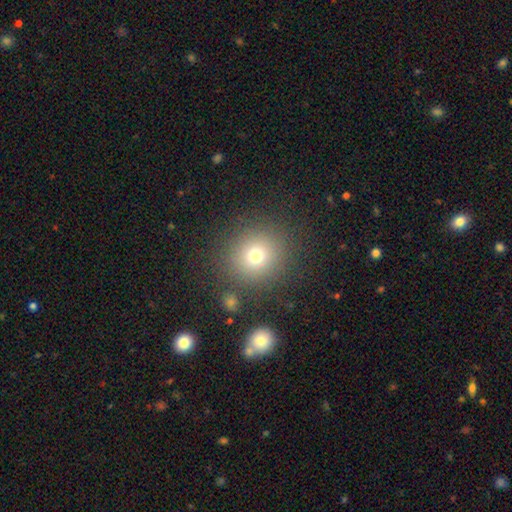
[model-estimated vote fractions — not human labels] Overall: smooth (73%). How rounded: round (89%). Merging: none (85%).